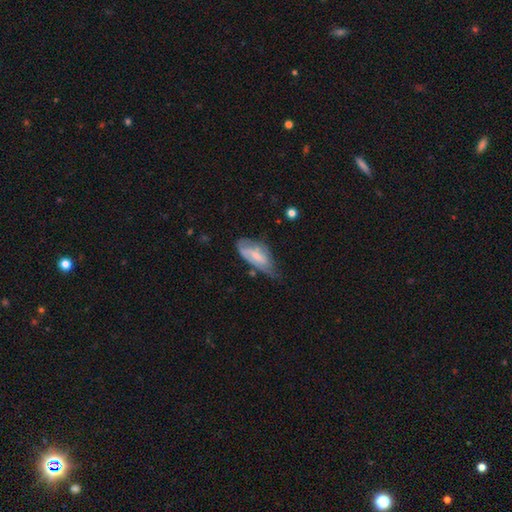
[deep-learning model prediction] Smooth or featured? Predicted: featured or disk (p=0.47). Merging? Predicted: minor disturbance (p=0.40).